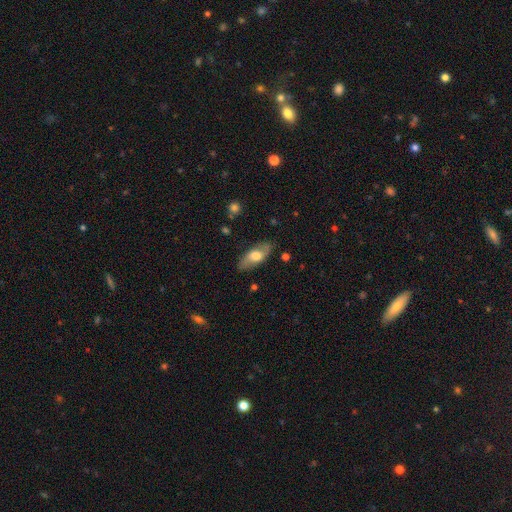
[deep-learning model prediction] Overall: smooth (52%; featured or disk 42%). How rounded: in between (81%). Merging: none (83%).